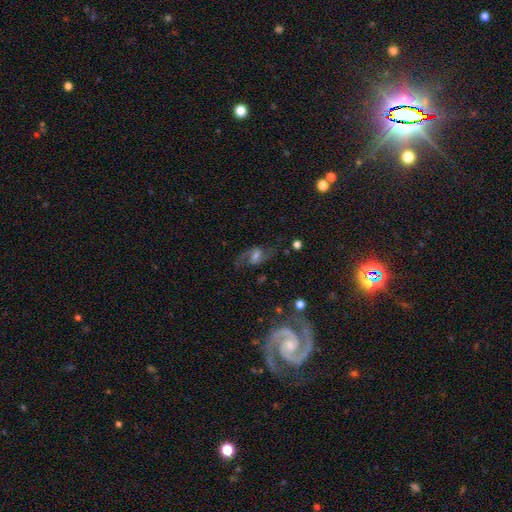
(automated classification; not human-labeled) Smooth or featured? Predicted: featured or disk (p=0.72). Edge-on disk? Predicted: no (p=0.95). Bar? Predicted: weak (p=0.53). Spiral arms? Predicted: yes (p=0.91). Spiral winding? Predicted: loose (p=0.53). Spiral arm count? Predicted: 2 (p=0.90). Bulge size? Predicted: moderate (p=0.43). Merging? Predicted: none (p=0.69).